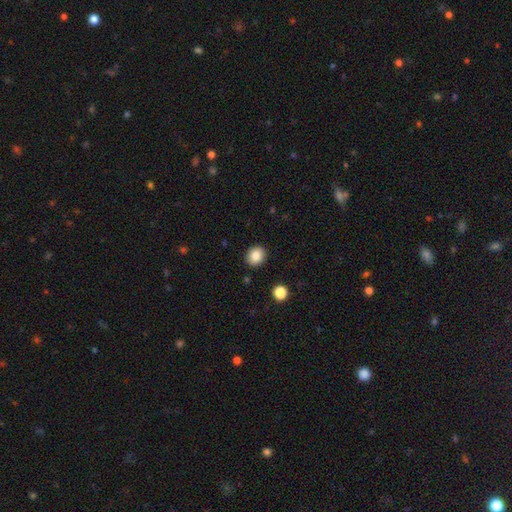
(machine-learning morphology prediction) Smooth or featured? Predicted: smooth (p=0.85). How rounded? Predicted: round (p=0.69). Merging? Predicted: none (p=0.90).